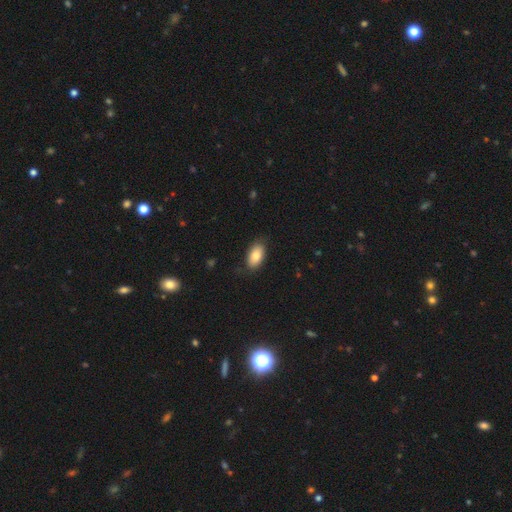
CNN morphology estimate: This is clearly a smooth galaxy (82%). How rounded: clearly in between (93%). Merging: clearly none (82%).